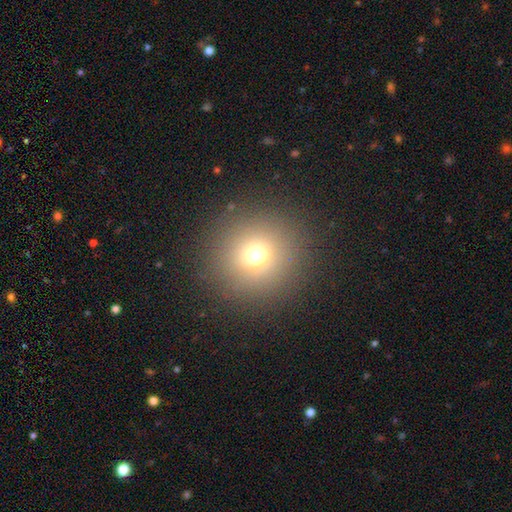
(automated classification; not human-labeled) Smooth or featured? smooth (69%)
How rounded? round (94%)
Merging? none (89%)